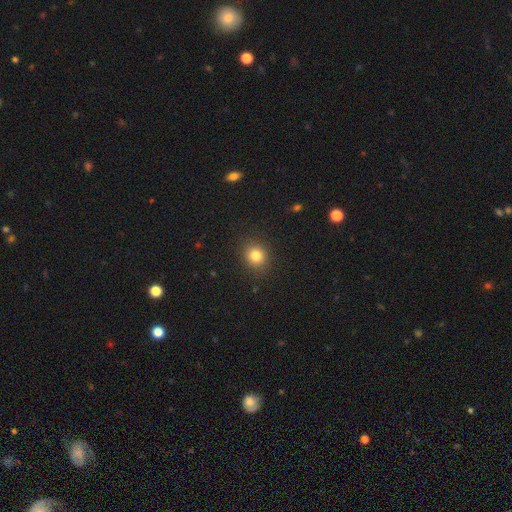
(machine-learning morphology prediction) This appears to be a smooth galaxy with no disk features (82%) that is round (76%). Merging: none (88%).